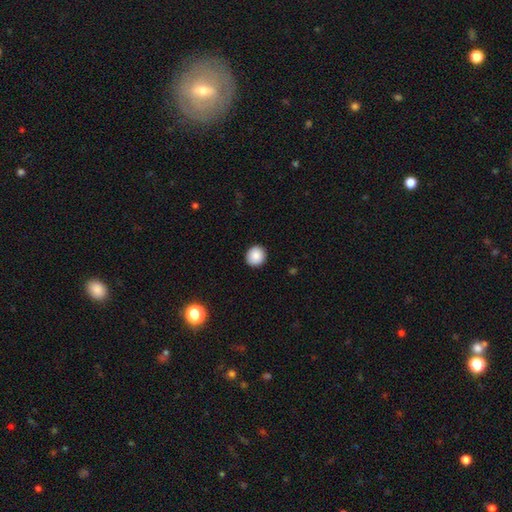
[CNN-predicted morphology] Smooth or featured?
  - smooth: 89% *
  - star or artifact: 8%
  - featured or disk: 3%
How rounded?
  - round: 91% *
  - in between: 8%
  - cigar-shaped: 1%
Merging?
  - none: 92% *
  - minor disturbance: 6%
  - major disturbance: 2%
  - merger: 1%